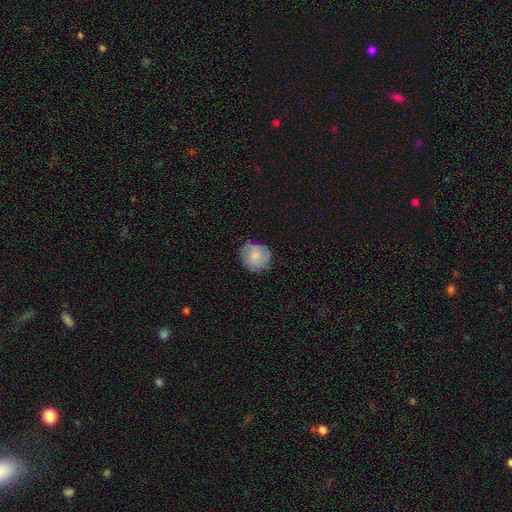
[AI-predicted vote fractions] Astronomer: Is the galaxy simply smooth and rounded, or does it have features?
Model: smooth — 72%.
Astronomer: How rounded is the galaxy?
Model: round — 84%.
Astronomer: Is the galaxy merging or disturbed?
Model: none — 77%.